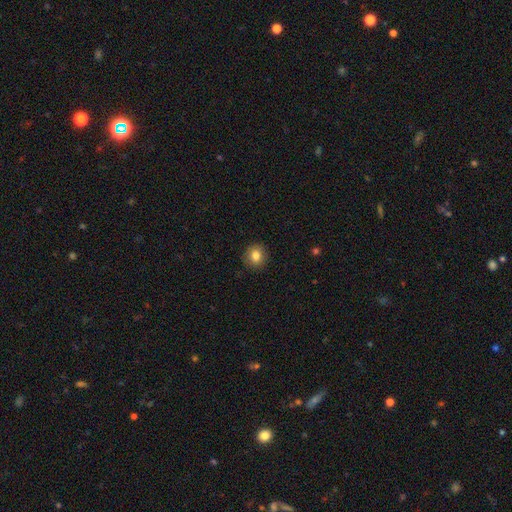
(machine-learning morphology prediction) This appears to be a smooth galaxy with no disk features (82%) that is round (86%). Merging: none (90%).